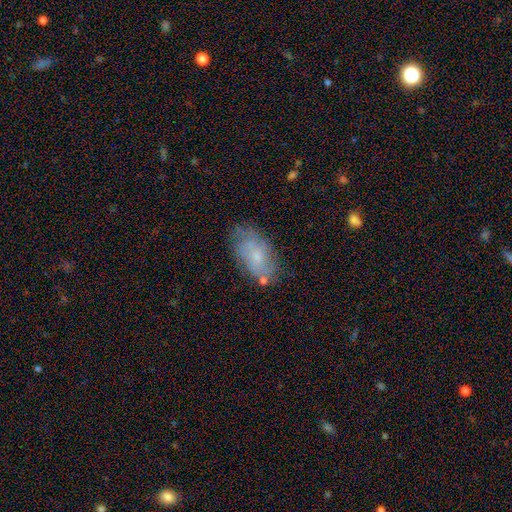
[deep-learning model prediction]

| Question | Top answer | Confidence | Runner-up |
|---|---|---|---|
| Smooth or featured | smooth | 49% | featured or disk (43%) |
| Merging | none | 67% | minor disturbance (23%) |